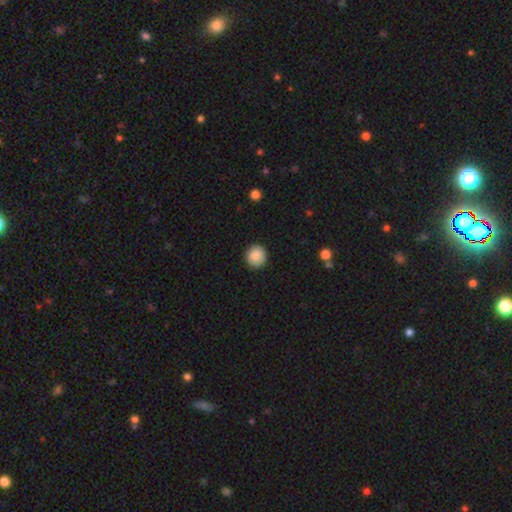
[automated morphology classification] Overall: smooth (88%). How rounded: round (92%). Merging: none (90%).